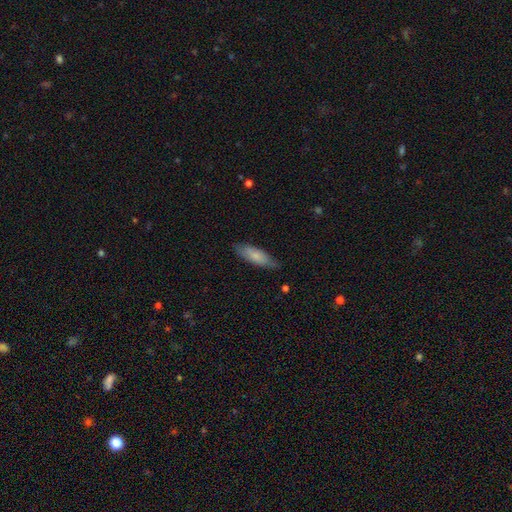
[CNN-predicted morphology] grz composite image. It shows a smooth galaxy with no disk features (75%) that is in between round and cigar-shaped (53%). Merging: none (77%).